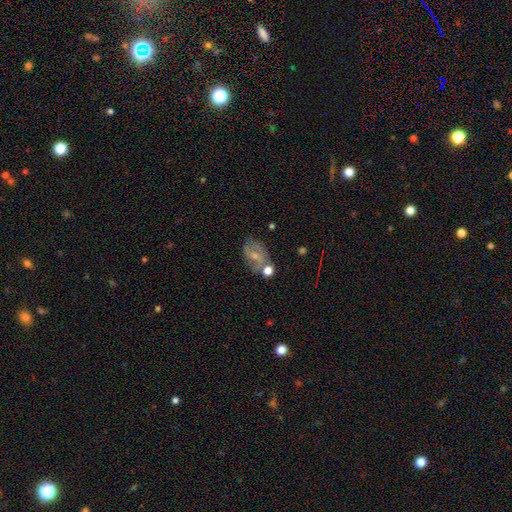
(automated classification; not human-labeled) A featured or disk galaxy (47%).

Vote fractions:
- Smooth or featured? featured or disk: 47% / smooth: 42% / star or artifact: 11%
- Merging? none: 52% / minor disturbance: 20% / merger: 19% / major disturbance: 9%